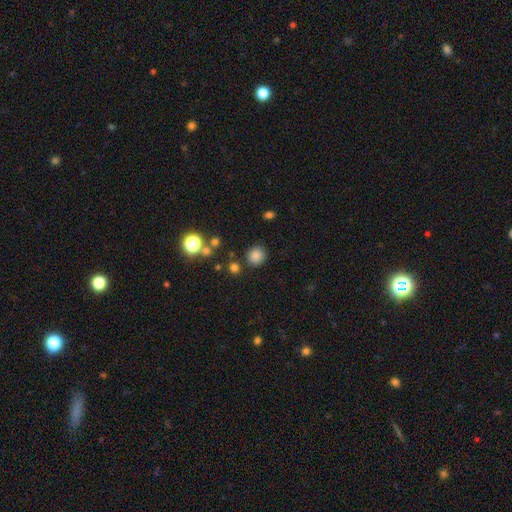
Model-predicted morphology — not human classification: Overall: smooth (81%). How rounded: round (89%). Merging: none (85%).